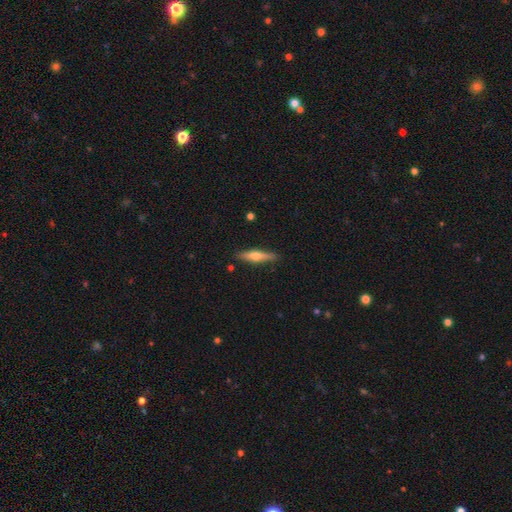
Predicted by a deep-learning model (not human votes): This appears to be a smooth galaxy with no disk features (50%). Merging: none (87%).